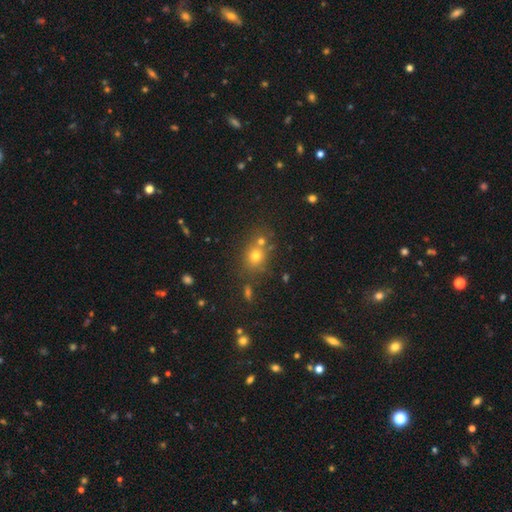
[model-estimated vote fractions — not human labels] Smooth or featured? smooth (67%)
How rounded? round (71%)
Merging? none (65%)